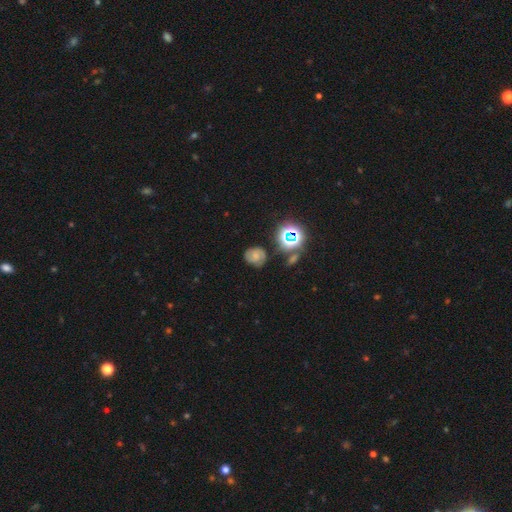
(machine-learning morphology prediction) smooth-or-featured: smooth: 42% | featured or disk: 39% | star or artifact: 19%
  merging: none: 68% | minor disturbance: 21% | major disturbance: 7% | merger: 4%